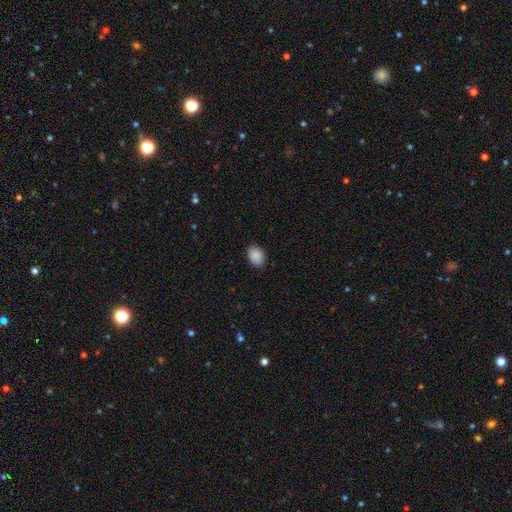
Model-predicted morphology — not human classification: A smooth galaxy with no disk features (89%) that is in between round and cigar-shaped (71%).

Vote fractions:
- Smooth or featured? smooth: 89% / star or artifact: 8% / featured or disk: 4%
- How rounded? in between: 71% / round: 28% / cigar-shaped: 1%
- Merging? none: 83% / minor disturbance: 14% / major disturbance: 2% / merger: 1%